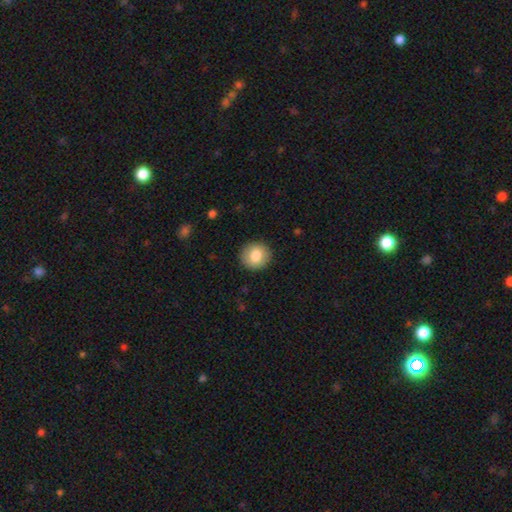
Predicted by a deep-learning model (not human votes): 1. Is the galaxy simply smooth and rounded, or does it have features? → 83% smooth, 10% featured or disk, 8% star or artifact.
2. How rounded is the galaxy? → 90% round, 9% in between, 1% cigar-shaped.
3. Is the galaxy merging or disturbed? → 90% none, 7% minor disturbance, 2% major disturbance, 1% merger.